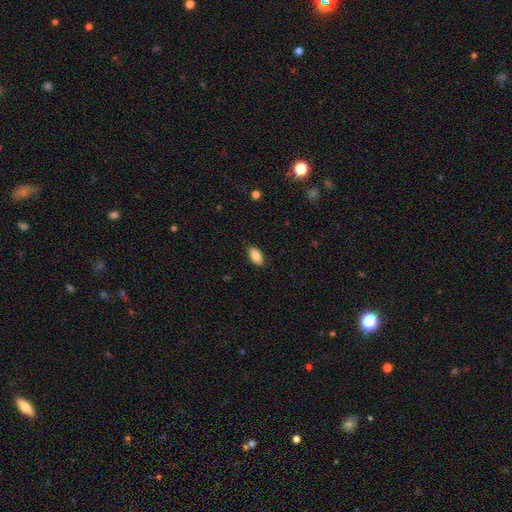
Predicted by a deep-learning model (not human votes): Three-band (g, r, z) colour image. It shows a smooth galaxy with no disk features (85%) that is in between round and cigar-shaped (92%). Merging: none (87%).